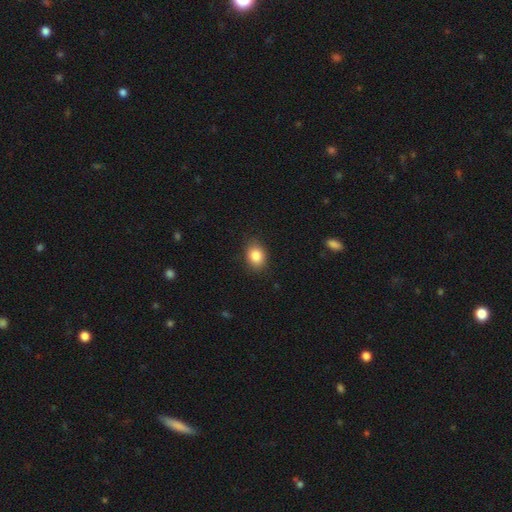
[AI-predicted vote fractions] smooth-or-featured: smooth: 85% | star or artifact: 9% | featured or disk: 6%
  how-rounded: in between: 64% | round: 35% | cigar-shaped: 1%
  merging: none: 85% | minor disturbance: 12% | major disturbance: 3% | merger: 1%